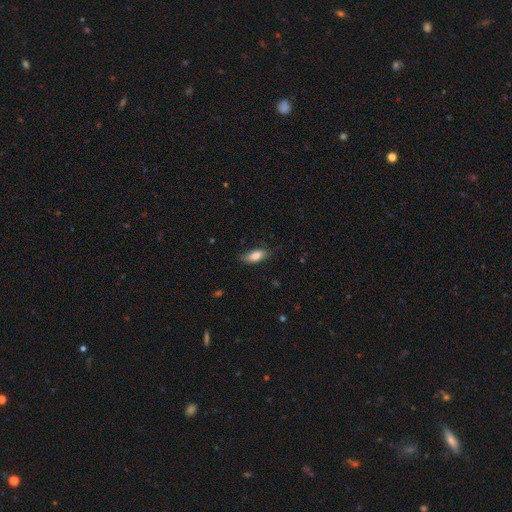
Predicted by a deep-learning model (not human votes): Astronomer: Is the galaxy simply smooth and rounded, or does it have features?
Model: smooth — 81%.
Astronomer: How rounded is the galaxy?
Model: in between — 81%.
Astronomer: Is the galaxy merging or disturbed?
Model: none — 75%.